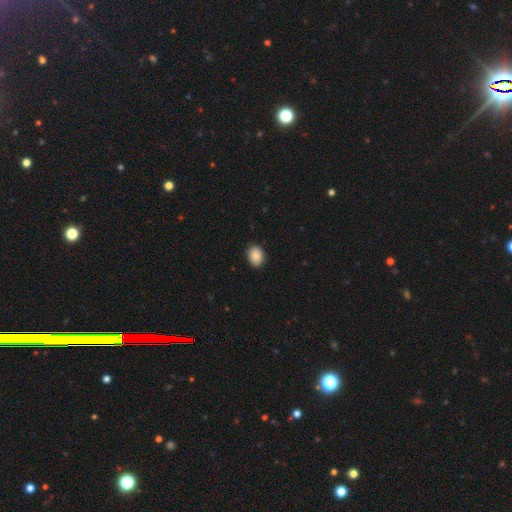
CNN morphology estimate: This appears to be a smooth galaxy with no disk features (88%) that is in between round and cigar-shaped (71%). Merging: none (89%).